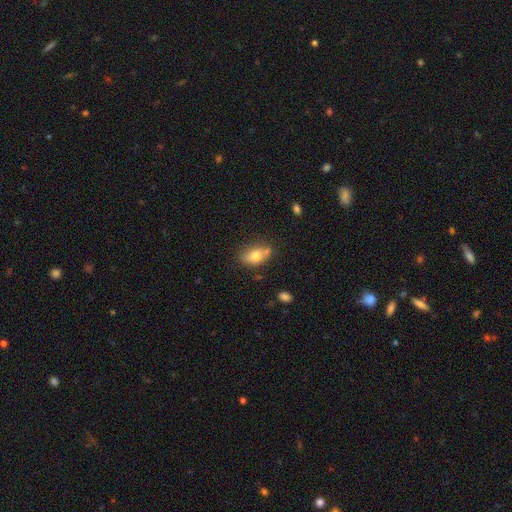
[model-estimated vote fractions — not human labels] Smooth or featured? Predicted: smooth (p=0.72). How rounded? Predicted: in between (p=0.84). Merging? Predicted: none (p=0.63).